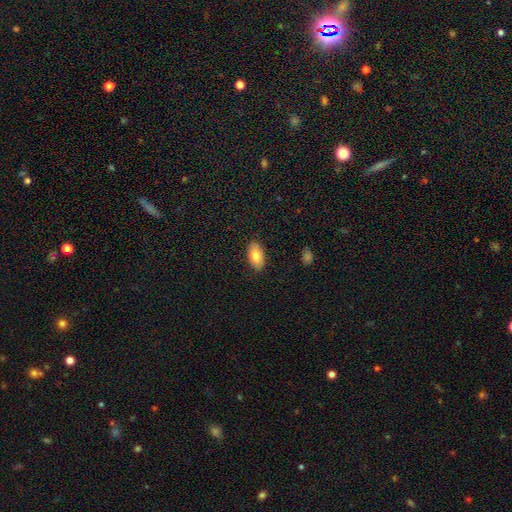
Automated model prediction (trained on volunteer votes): Overall: smooth (79%). How rounded: in between (94%). Merging: none (88%).